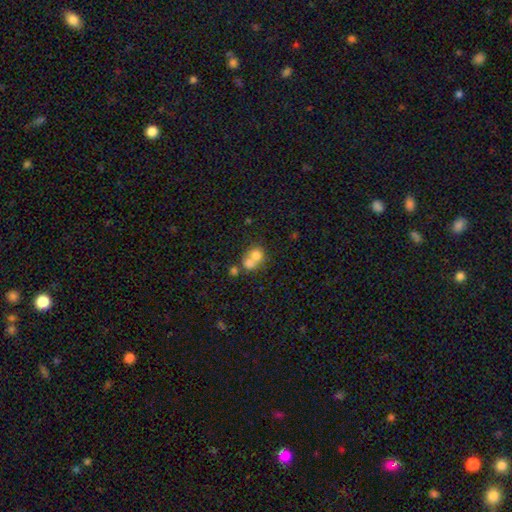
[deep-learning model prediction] The model was most divided on "merging": merger: 64%, none: 27%, minor disturbance: 6%, major disturbance: 4%. More confident: how rounded — round (75%); smooth or featured — smooth (69%).